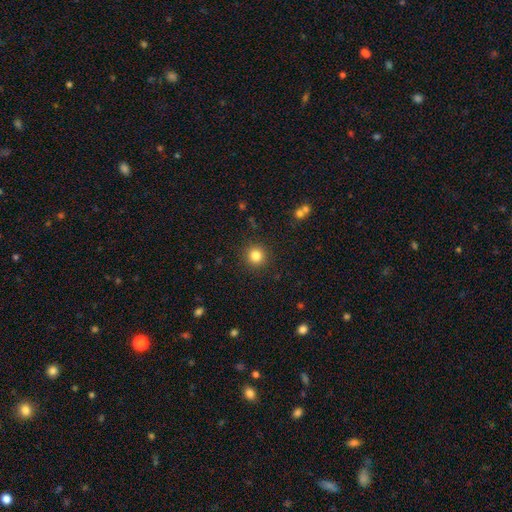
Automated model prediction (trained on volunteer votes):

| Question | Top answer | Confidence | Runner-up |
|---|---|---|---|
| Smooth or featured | smooth | 83% | star or artifact (12%) |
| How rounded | round | 94% | in between (5%) |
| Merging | none | 91% | minor disturbance (6%) |